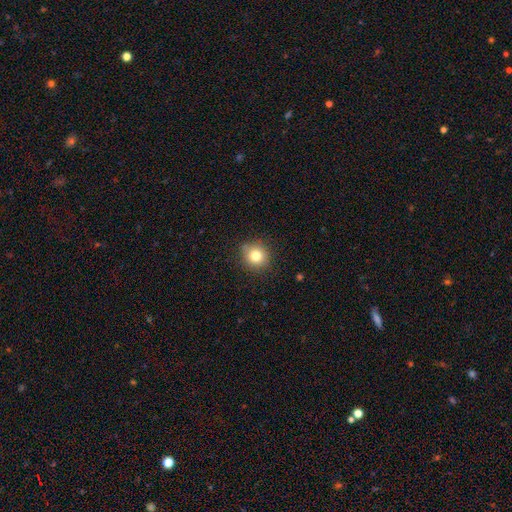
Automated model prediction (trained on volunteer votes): A smooth galaxy with no disk features (80%) that is round (87%). Merging: none (86%).